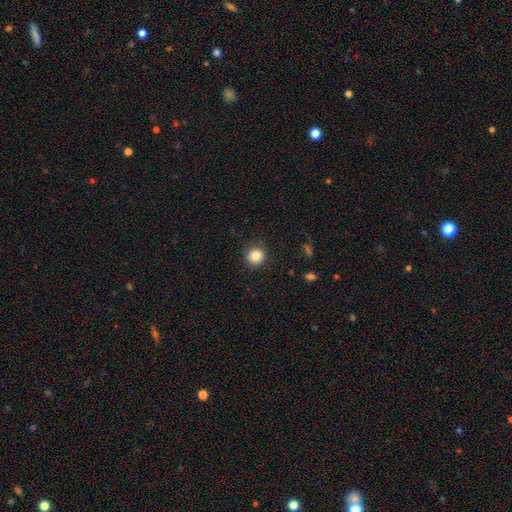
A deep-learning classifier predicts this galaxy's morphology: smooth-or-featured: smooth: 84% | star or artifact: 11% | featured or disk: 6%
  how-rounded: round: 93% | in between: 6% | cigar-shaped: 1%
  merging: none: 89% | minor disturbance: 7% | major disturbance: 2% | merger: 1%